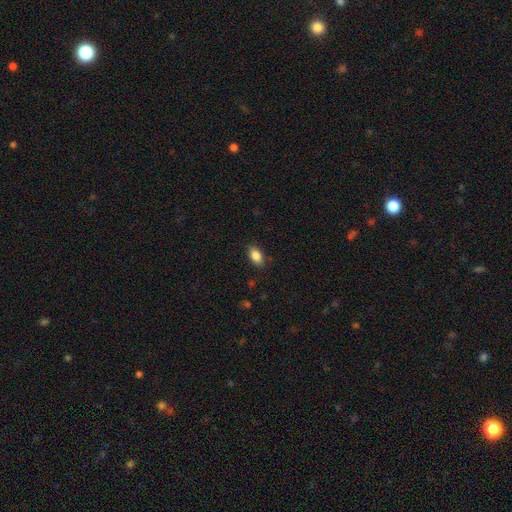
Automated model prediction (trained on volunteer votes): This is clearly a smooth galaxy (86%). How rounded: clearly in between (90%). Merging: clearly none (85%).